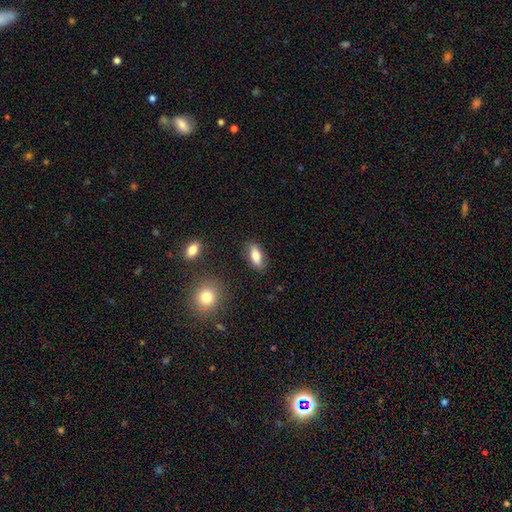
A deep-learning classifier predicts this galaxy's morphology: A smooth galaxy with no disk features (76%) that is in between round and cigar-shaped (80%). Merging: none (85%).